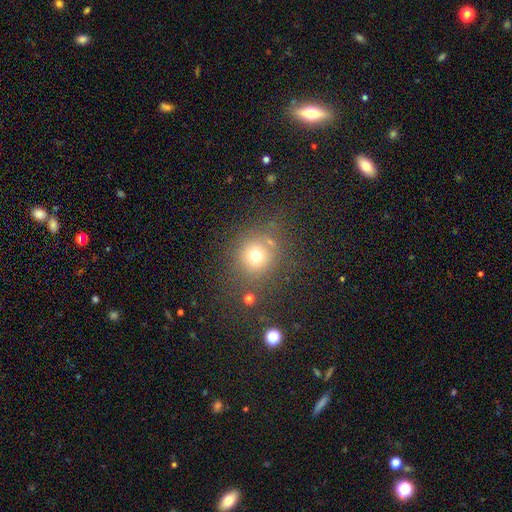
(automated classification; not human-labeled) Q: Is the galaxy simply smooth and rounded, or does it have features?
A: smooth — 71%.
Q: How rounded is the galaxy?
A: round — 90%.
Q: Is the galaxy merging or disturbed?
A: none — 75%.